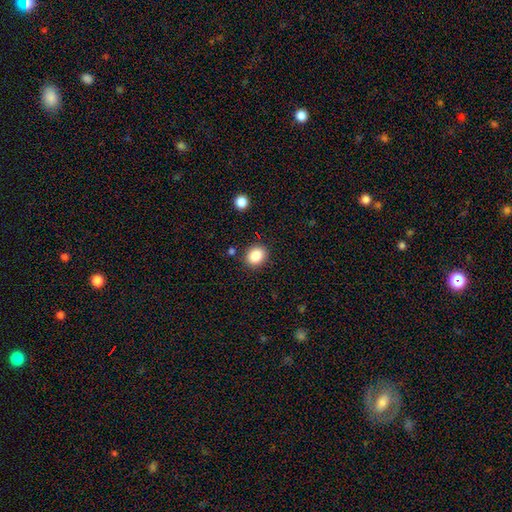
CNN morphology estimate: Smooth or featured: smooth — 86% (star or artifact — 9%)
How rounded: round — 60% (in between — 39%)
Merging: none — 87% (minor disturbance — 8%)